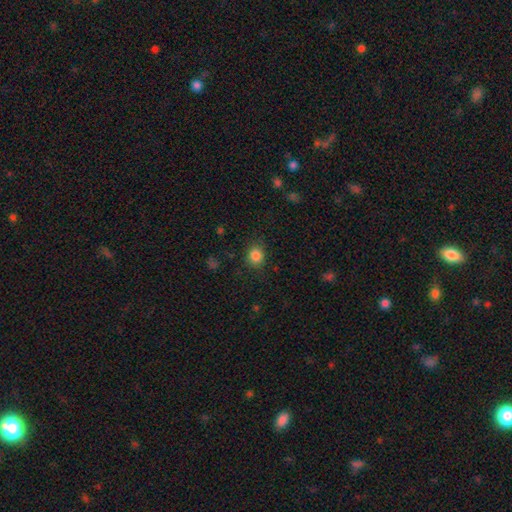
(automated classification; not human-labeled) The model was most divided on "how rounded": round: 72%, in between: 27%, cigar-shaped: 1%. More confident: smooth or featured — smooth (85%); merging — none (83%).